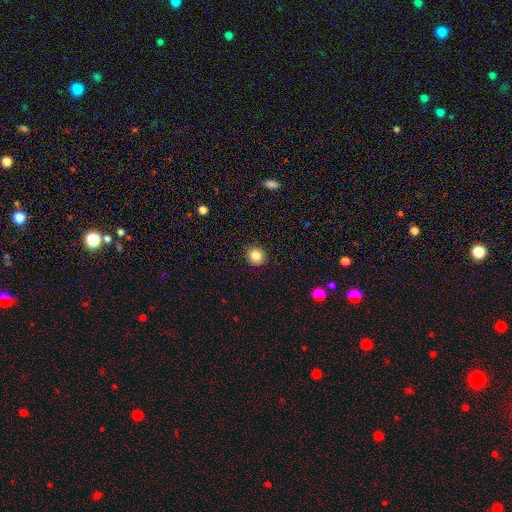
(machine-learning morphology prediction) smooth 85%, star or artifact 11%, featured or disk 5%. Down the decision tree: how rounded — round (90%); merging — none (92%).